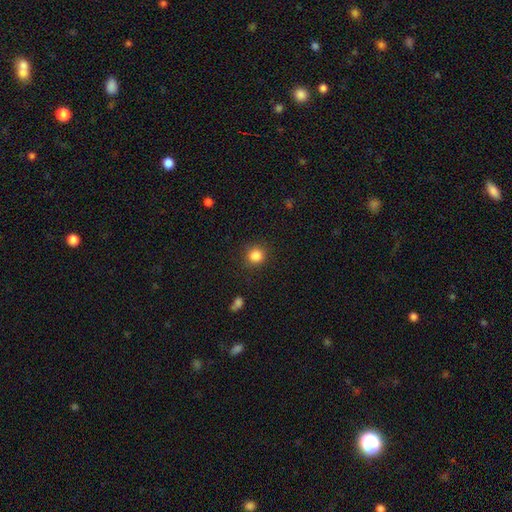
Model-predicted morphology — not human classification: A smooth galaxy with no disk features (85%) that is round (90%). Merging: none (86%).